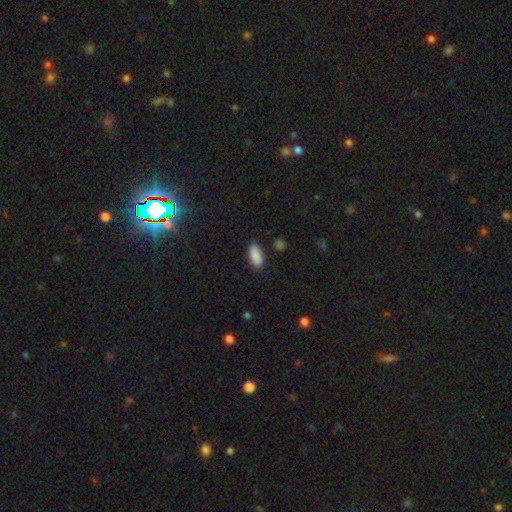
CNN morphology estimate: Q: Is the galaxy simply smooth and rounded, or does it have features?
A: smooth — 89%.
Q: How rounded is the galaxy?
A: in between — 92%.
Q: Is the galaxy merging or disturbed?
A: none — 84%.